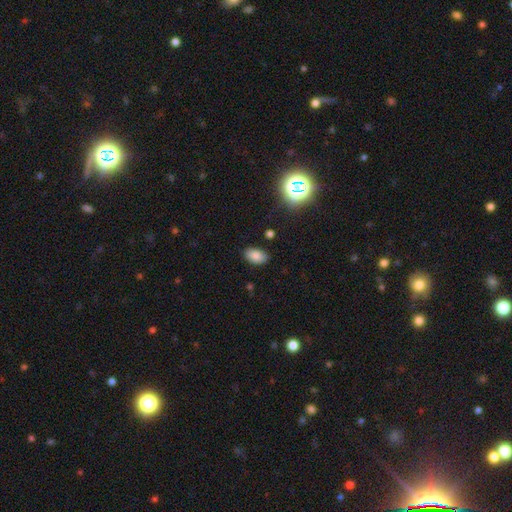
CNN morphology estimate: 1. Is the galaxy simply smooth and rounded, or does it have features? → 81% smooth, 13% star or artifact, 6% featured or disk.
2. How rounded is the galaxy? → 91% in between, 7% round, 2% cigar-shaped.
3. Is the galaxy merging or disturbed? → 86% none, 10% minor disturbance, 3% major disturbance, 2% merger.